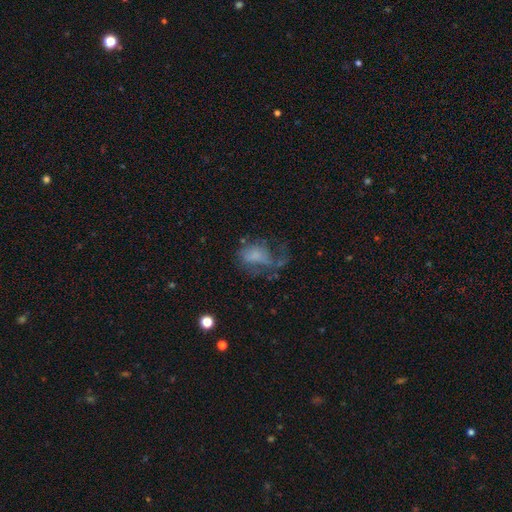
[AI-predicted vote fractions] smooth 49%, featured or disk 37%, star or artifact 14%. Down the decision tree: merging — major disturbance (51%).